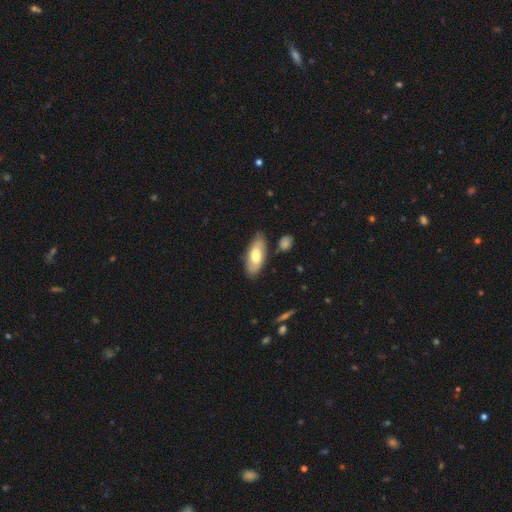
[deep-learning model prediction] This appears to be a smooth galaxy with no disk features (62%) that is in between round and cigar-shaped (85%). Merging: none (76%).